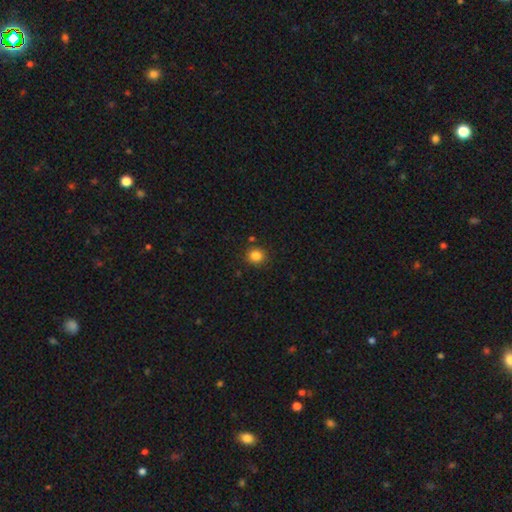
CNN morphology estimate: Smooth or featured? Predicted: smooth (p=0.84). How rounded? Predicted: round (p=0.89). Merging? Predicted: none (p=0.87).